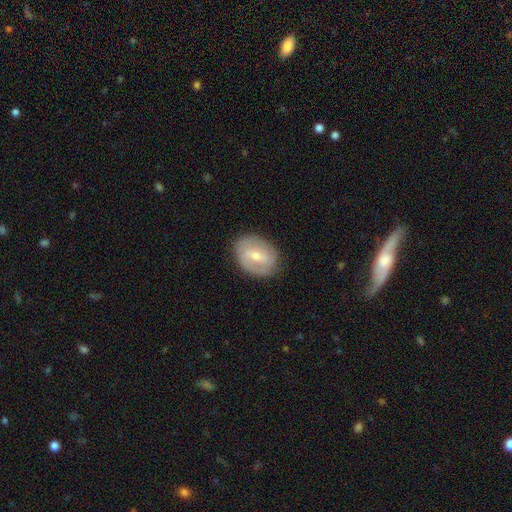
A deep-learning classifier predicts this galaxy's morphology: Smooth or featured: featured or disk — 57% (smooth — 37%)
Edge-on disk: no — 95% (yes — 5%)
Bar: weak — 49% (strong — 29%)
Spiral arms: yes — 58% (no — 42%)
Bulge size: moderate — 48% (tied with small — 48%)
Merging: none — 81% (minor disturbance — 14%)